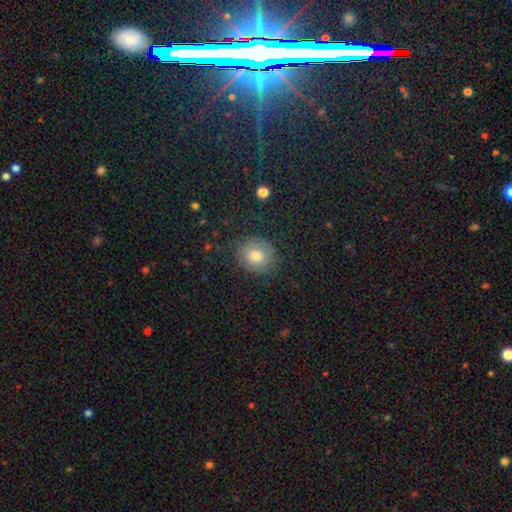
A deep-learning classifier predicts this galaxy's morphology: smooth 76%, featured or disk 12%, star or artifact 12%. Down the decision tree: how rounded — round (73%); merging — none (80%).